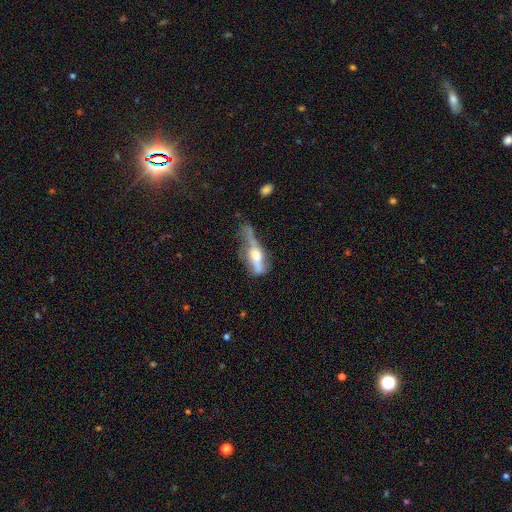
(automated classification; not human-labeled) A featured or disk galaxy (58%) viewed edge-on (60%). Merging: major disturbance (40%).